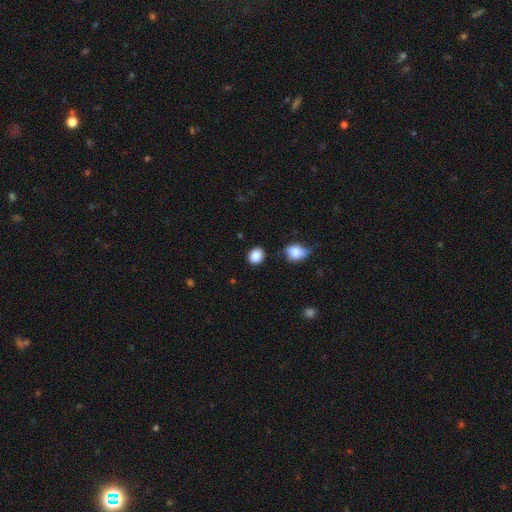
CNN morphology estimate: Smooth or featured? smooth (87%)
How rounded? round (59%)
Merging? none (81%)